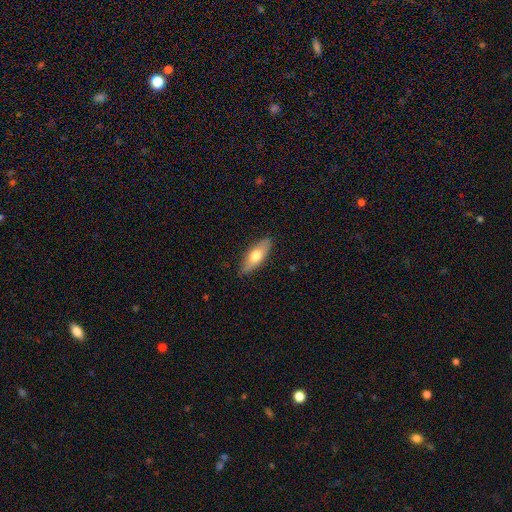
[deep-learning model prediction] Q: Smooth or featured?
A: smooth (65%); runner-up: featured or disk (29%)
Q: How rounded?
A: in between (68%); runner-up: cigar-shaped (29%)
Q: Merging?
A: none (85%); runner-up: minor disturbance (12%)